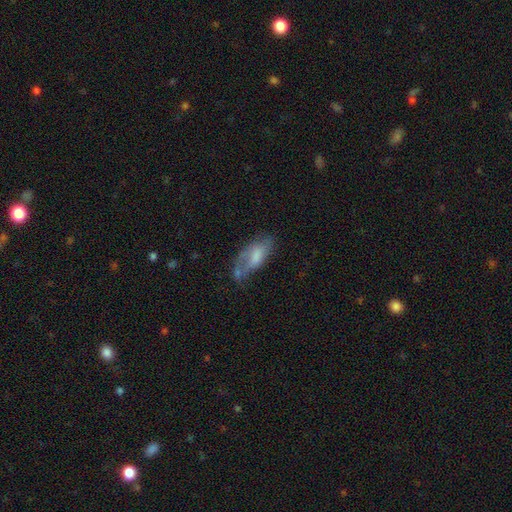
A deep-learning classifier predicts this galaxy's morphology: The model was most divided on "merging": none: 36%, minor disturbance: 31%, major disturbance: 24%, merger: 9%. More confident: how rounded — in between (84%); smooth or featured — smooth (59%).